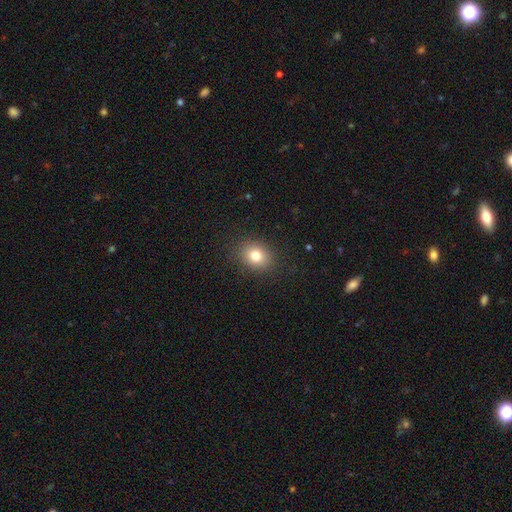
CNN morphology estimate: The model was most divided on "how rounded": round: 55%, in between: 44%, cigar-shaped: 1%. More confident: merging — none (88%); smooth or featured — smooth (79%).